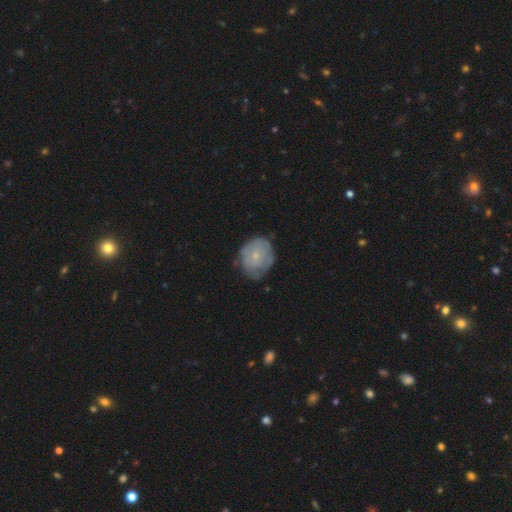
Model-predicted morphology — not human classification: smooth-or-featured: smooth: 53% | featured or disk: 40% | star or artifact: 7%
  how-rounded: round: 65% | in between: 34% | cigar-shaped: 1%
  merging: none: 62% | minor disturbance: 28% | major disturbance: 8% | merger: 2%